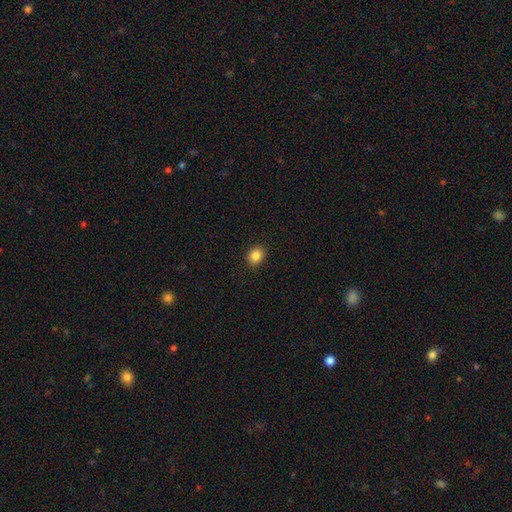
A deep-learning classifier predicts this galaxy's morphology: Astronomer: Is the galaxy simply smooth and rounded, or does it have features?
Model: smooth — 85%.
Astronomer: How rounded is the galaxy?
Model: round — 58% (runner-up: in between, 41%).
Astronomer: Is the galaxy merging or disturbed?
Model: none — 91%.